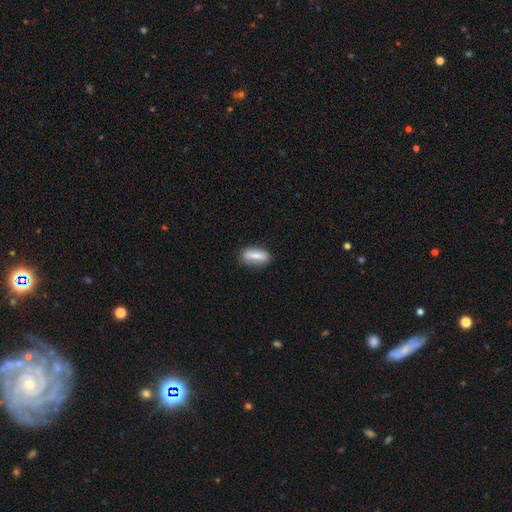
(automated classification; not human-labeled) smooth_or_featured: smooth (p=0.77) [alt: featured or disk p=0.16]
how_rounded: in between (p=0.59) [alt: cigar-shaped p=0.38]
merging: none (p=0.83) [alt: minor disturbance p=0.12]